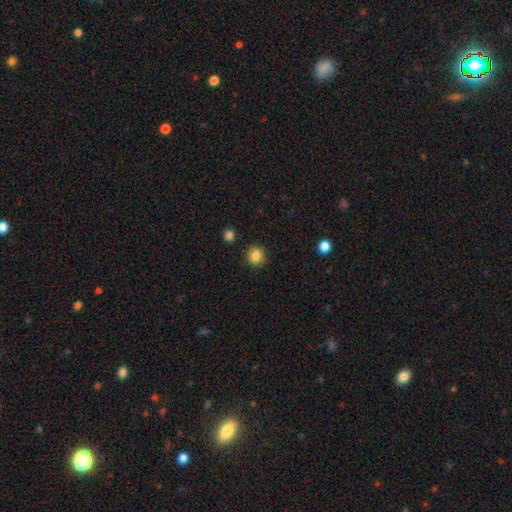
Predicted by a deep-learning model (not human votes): Smooth or featured: smooth — 85% (star or artifact — 10%)
How rounded: round — 90% (in between — 9%)
Merging: none — 91% (minor disturbance — 6%)